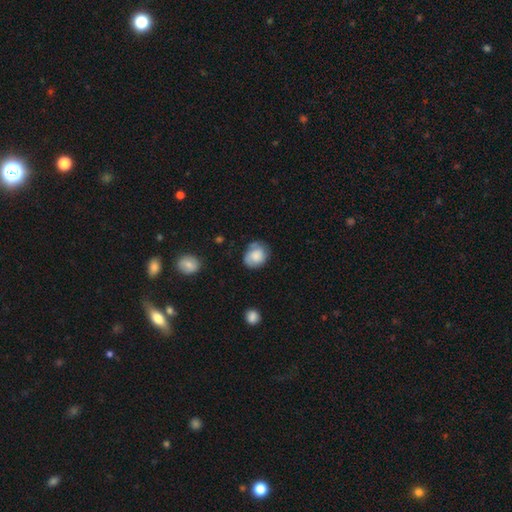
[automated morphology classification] Smooth or featured? smooth (68%)
How rounded? round (56%)
Merging? none (60%)